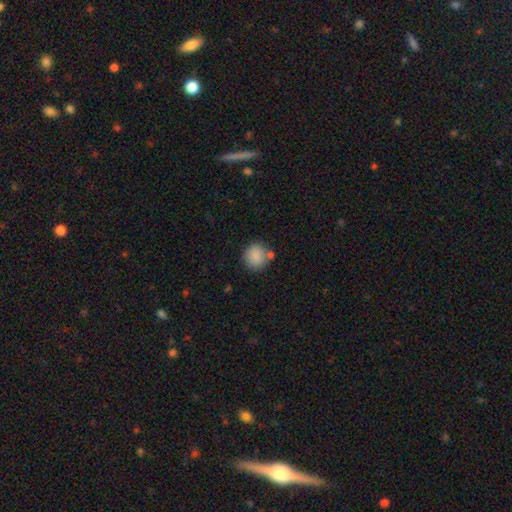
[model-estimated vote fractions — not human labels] Smooth or featured: smooth — 86% (star or artifact — 8%)
How rounded: round — 90% (in between — 9%)
Merging: none — 72% (merger — 12%)